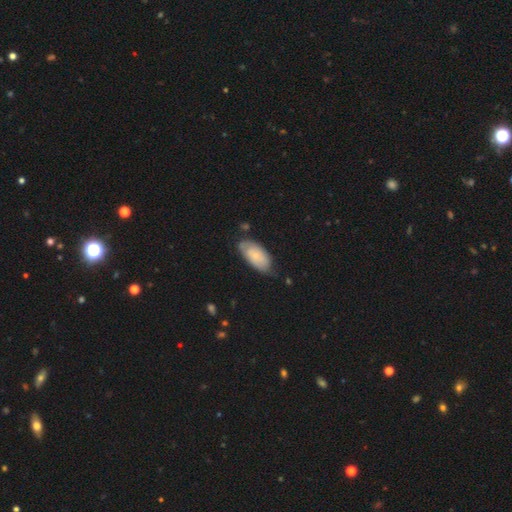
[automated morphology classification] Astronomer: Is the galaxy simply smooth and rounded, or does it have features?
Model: smooth — 61%.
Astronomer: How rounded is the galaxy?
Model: in between — 92%.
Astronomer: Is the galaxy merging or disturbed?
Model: none — 61%.